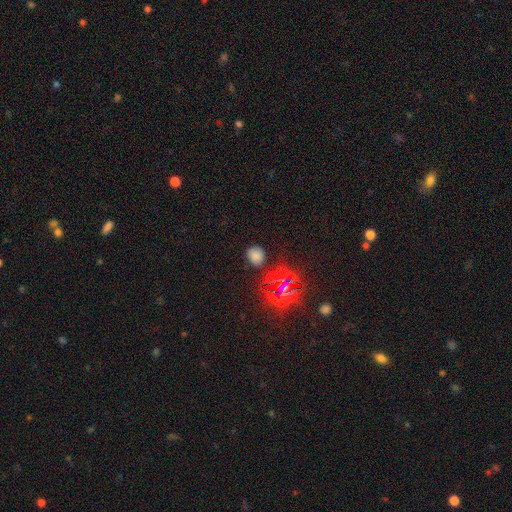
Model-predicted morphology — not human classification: A smooth galaxy with no disk features (65%) that is round (69%). Merging: none (83%).